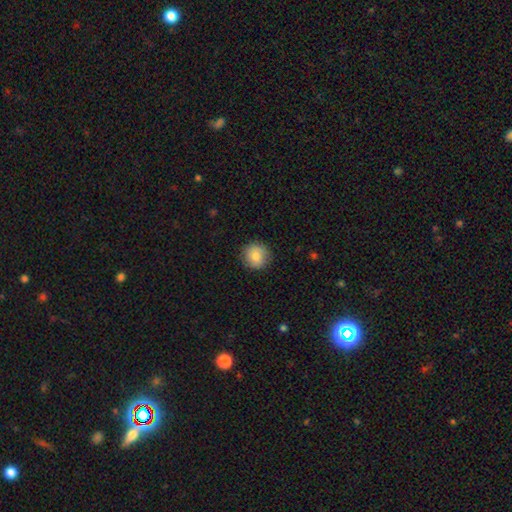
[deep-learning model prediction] Smooth or featured? smooth (84%)
How rounded? round (92%)
Merging? none (87%)